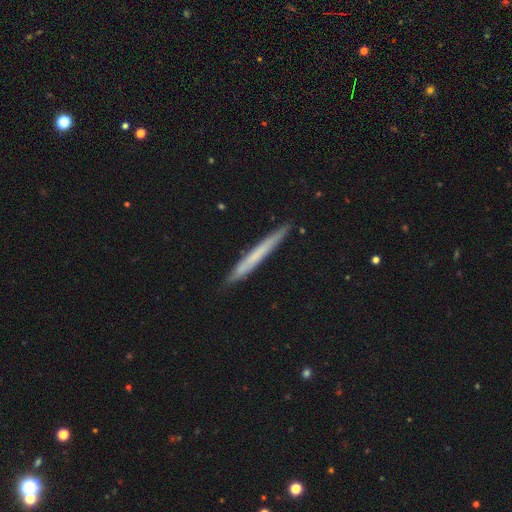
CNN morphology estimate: Q: Smooth or featured?
A: smooth (52%); runner-up: featured or disk (42%)
Q: How rounded?
A: cigar-shaped (97%); runner-up: in between (2%)
Q: Merging?
A: none (89%); runner-up: minor disturbance (8%)